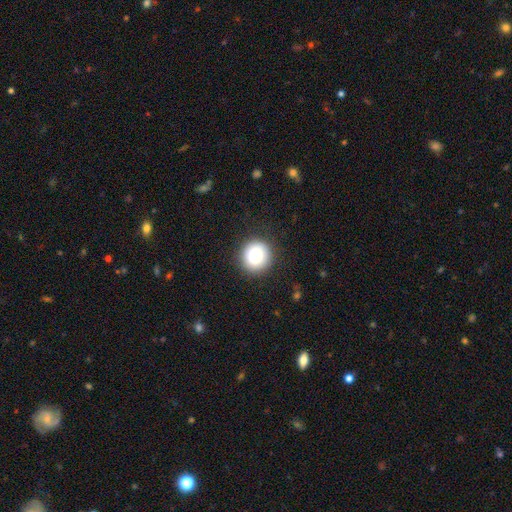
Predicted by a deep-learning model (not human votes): Smooth or featured?
  - smooth: 85% *
  - star or artifact: 9%
  - featured or disk: 6%
How rounded?
  - round: 90% *
  - in between: 9%
  - cigar-shaped: 1%
Merging?
  - none: 89% *
  - minor disturbance: 8%
  - major disturbance: 3%
  - merger: 1%